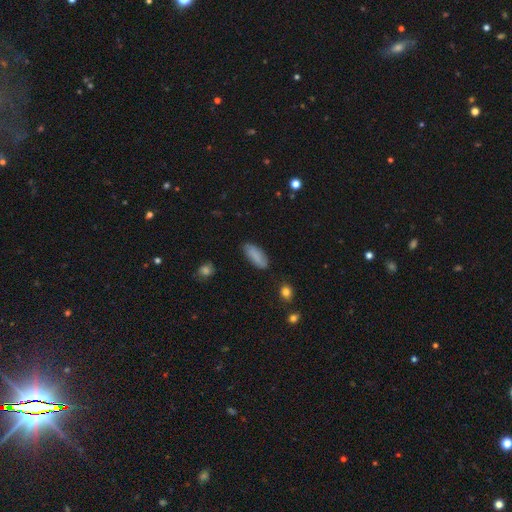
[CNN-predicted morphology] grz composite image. It shows a smooth galaxy with no disk features (82%) that is in between round and cigar-shaped (76%). Merging: none (79%).